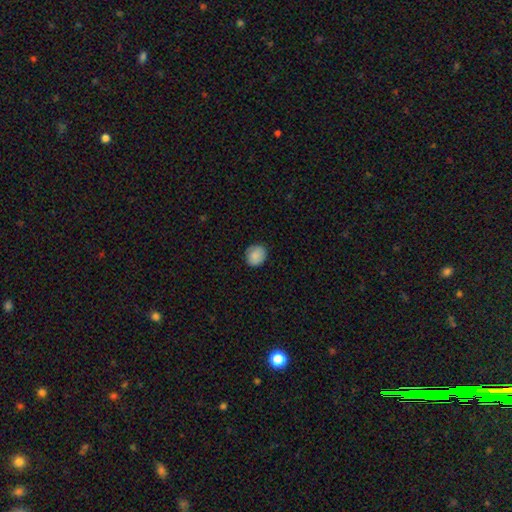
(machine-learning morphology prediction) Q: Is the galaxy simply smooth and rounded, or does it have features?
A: smooth — 86%.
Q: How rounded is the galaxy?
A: round — 76%.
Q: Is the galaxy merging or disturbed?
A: none — 83%.